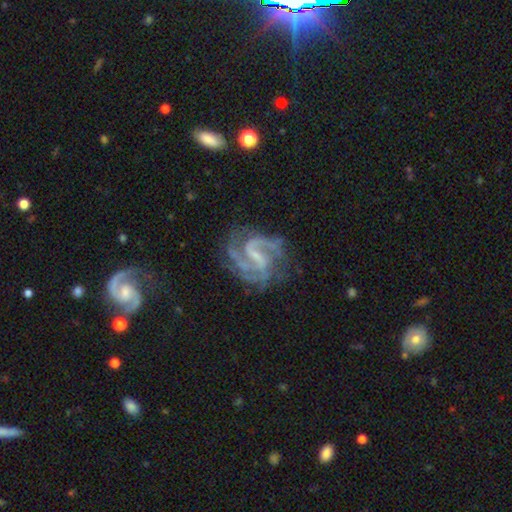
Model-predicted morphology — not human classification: smooth-or-featured: featured or disk: 90% | star or artifact: 6% | smooth: 4%
  disk-edge-on: no: 98% | yes: 2%
    bar: weak: 47% | strong: 39% | no: 13%
    has-spiral-arms: yes: 98% | no: 2%
      spiral-winding: medium: 55% | tight: 29% | loose: 15%
      spiral-arm-count: 2: 51% | 3: 24% | can't tell: 10% | 4: 6% | 1: 5% | more than 4: 5%
    bulge-size: small: 53% | none: 31% | moderate: 15% | large: 1% | dominant: 1%
  merging: none: 67% | minor disturbance: 18% | major disturbance: 13% | merger: 2%